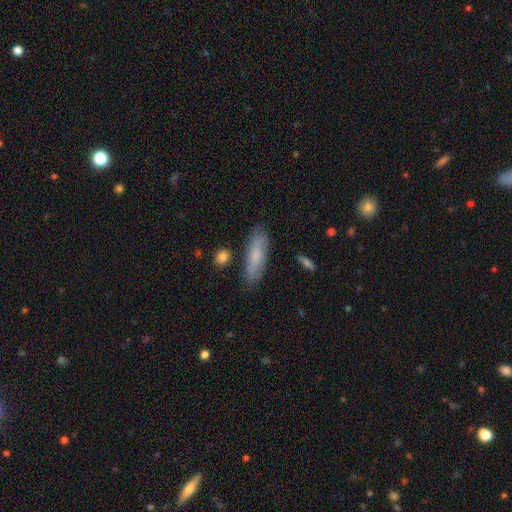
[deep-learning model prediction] smooth 66%, featured or disk 27%, star or artifact 7%. Down the decision tree: how rounded — cigar-shaped (52%); merging — none (80%).